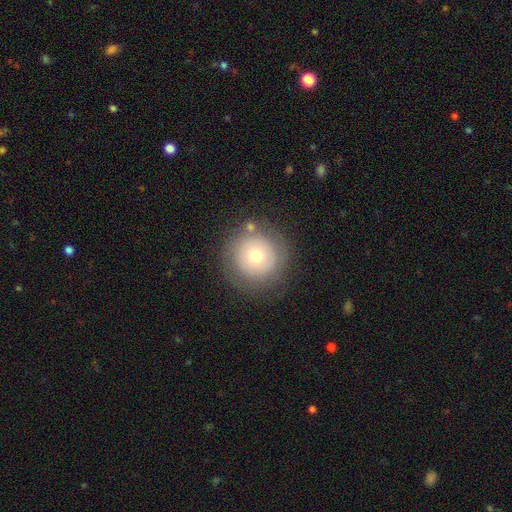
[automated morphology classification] Smooth or featured: smooth — 61% (featured or disk — 28%)
How rounded: round — 96% (in between — 3%)
Merging: none — 80% (minor disturbance — 11%)